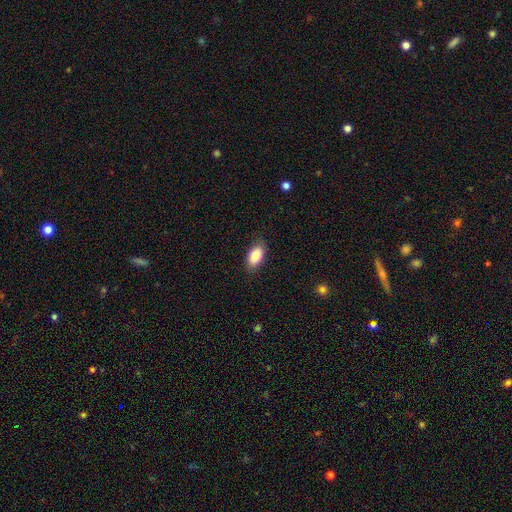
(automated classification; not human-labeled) Smooth or featured? smooth (84%)
How rounded? in between (93%)
Merging? none (85%)